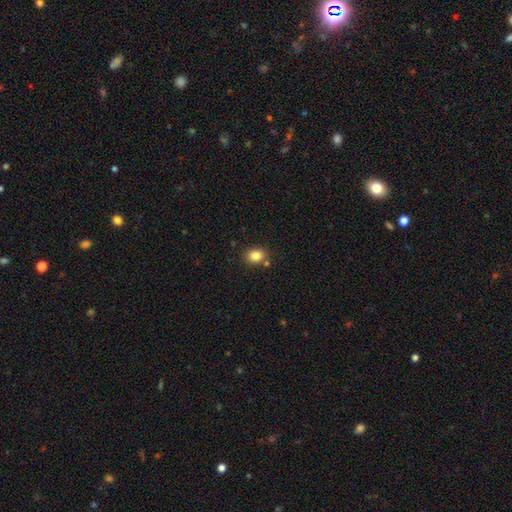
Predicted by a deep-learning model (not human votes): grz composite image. It shows a smooth galaxy with no disk features (84%) that is round (55%). Merging: none (79%).